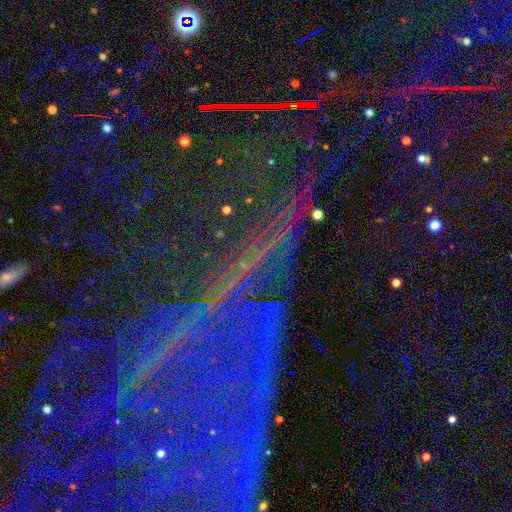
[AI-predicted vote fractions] A star or artifact, not a galaxy (86%).

Vote fractions:
- Smooth or featured? star or artifact: 86% / featured or disk: 8% / smooth: 6%